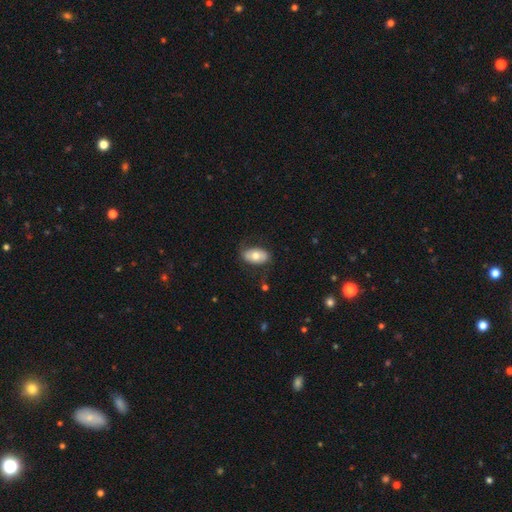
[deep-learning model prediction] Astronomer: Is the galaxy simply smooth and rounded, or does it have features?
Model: smooth — 62%.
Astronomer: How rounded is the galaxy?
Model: in between — 93%.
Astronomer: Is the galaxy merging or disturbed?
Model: none — 67%.